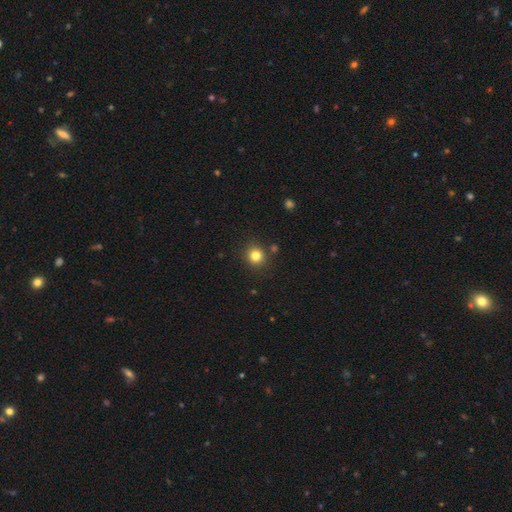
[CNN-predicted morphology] smooth 81%, star or artifact 13%, featured or disk 6%. Down the decision tree: how rounded — round (90%); merging — none (86%).